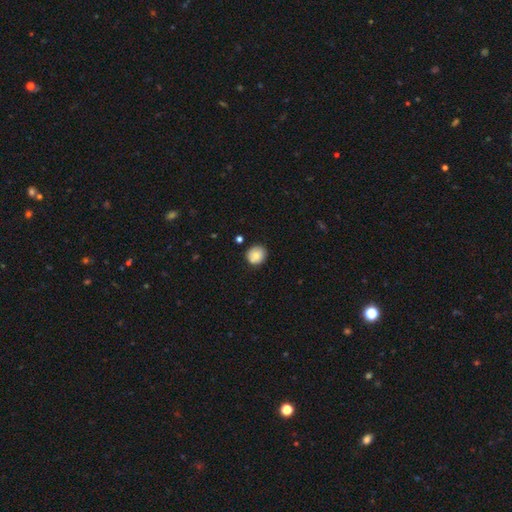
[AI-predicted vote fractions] Smooth or featured?
  - smooth: 76% *
  - featured or disk: 16%
  - star or artifact: 8%
How rounded?
  - round: 87% *
  - in between: 12%
  - cigar-shaped: 1%
Merging?
  - none: 82% *
  - minor disturbance: 13%
  - merger: 2%
  - major disturbance: 2%